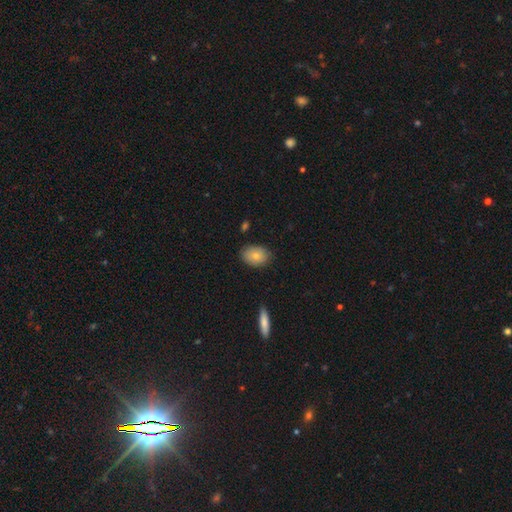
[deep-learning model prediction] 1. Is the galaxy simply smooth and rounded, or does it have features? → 81% smooth, 12% featured or disk, 7% star or artifact.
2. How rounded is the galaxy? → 77% in between, 22% round, 1% cigar-shaped.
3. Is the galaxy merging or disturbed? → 82% none, 14% minor disturbance, 3% major disturbance, 2% merger.